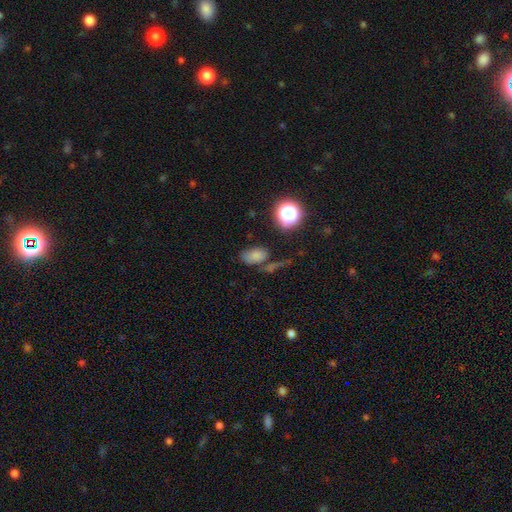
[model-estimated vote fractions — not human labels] Q: Smooth or featured?
A: smooth (72%); runner-up: star or artifact (19%)
Q: How rounded?
A: in between (86%); runner-up: round (12%)
Q: Merging?
A: none (60%); runner-up: minor disturbance (18%)